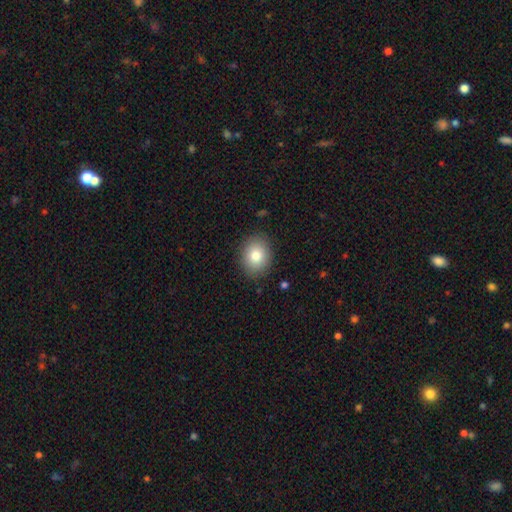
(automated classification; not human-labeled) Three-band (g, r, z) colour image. It shows a smooth galaxy with no disk features (82%) that is round (53%). Merging: none (87%).